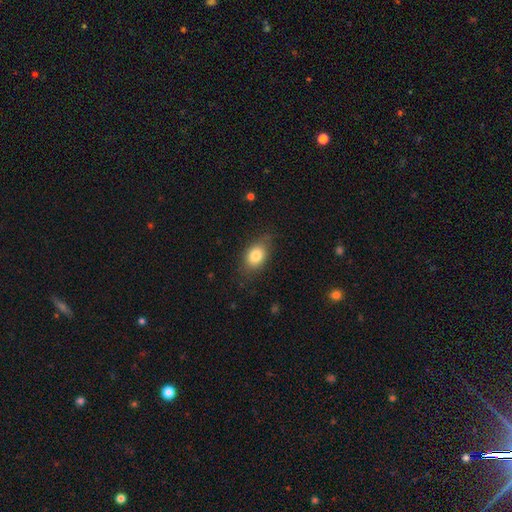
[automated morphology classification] This is clearly a smooth galaxy (81%). How rounded: likely in between (77%). Merging: likely none (75%).